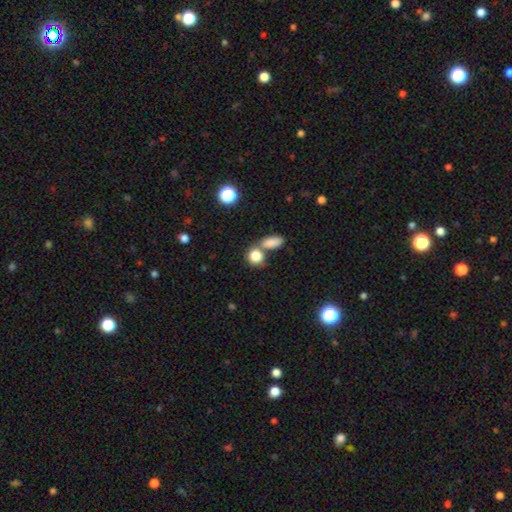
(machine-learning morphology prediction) smooth-or-featured: smooth: 83% | star or artifact: 10% | featured or disk: 7%
  how-rounded: round: 68% | in between: 30% | cigar-shaped: 2%
  merging: none: 50% | merger: 37% | minor disturbance: 9% | major disturbance: 4%